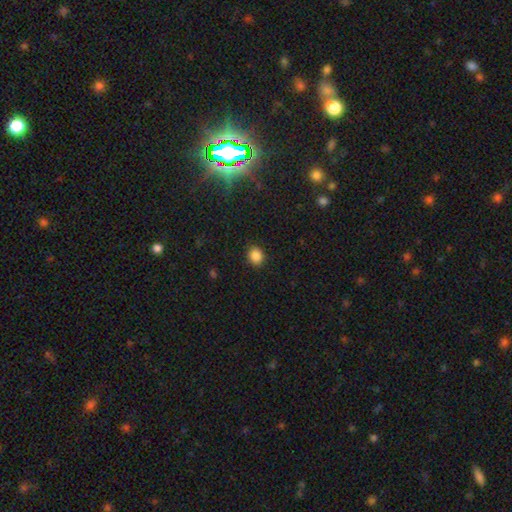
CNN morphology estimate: A smooth galaxy with no disk features (86%) that is round (70%).

Vote fractions:
- Smooth or featured? smooth: 86% / star or artifact: 11% / featured or disk: 3%
- How rounded? round: 70% / in between: 29% / cigar-shaped: 1%
- Merging? none: 89% / minor disturbance: 8% / major disturbance: 2% / merger: 1%